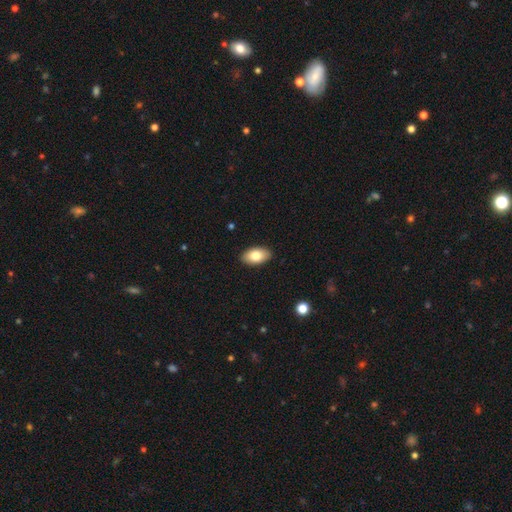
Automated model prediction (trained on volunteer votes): Smooth or featured: smooth — 80% (featured or disk — 13%)
How rounded: in between — 94% (round — 4%)
Merging: none — 90% (minor disturbance — 8%)